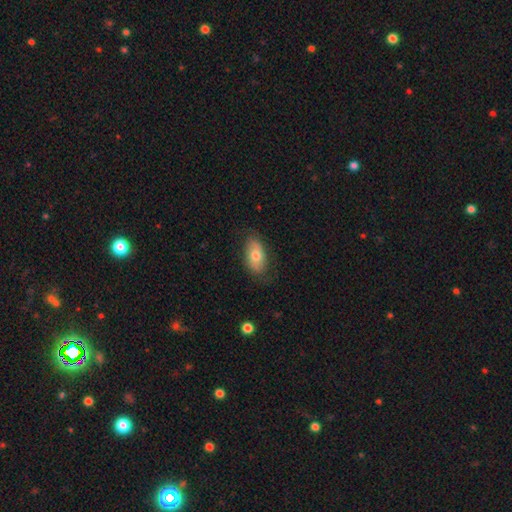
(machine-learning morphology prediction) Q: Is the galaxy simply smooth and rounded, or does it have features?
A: smooth — 67%.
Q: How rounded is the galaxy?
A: in between — 92%.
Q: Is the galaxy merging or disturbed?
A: none — 77%.